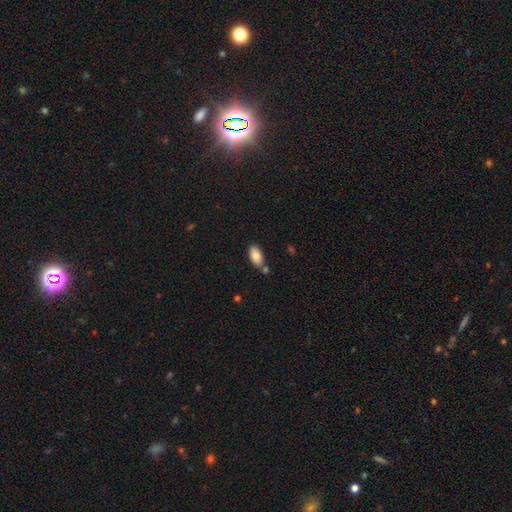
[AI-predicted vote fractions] Smooth or featured? Predicted: smooth (p=0.84). How rounded? Predicted: in between (p=0.94). Merging? Predicted: none (p=0.71).